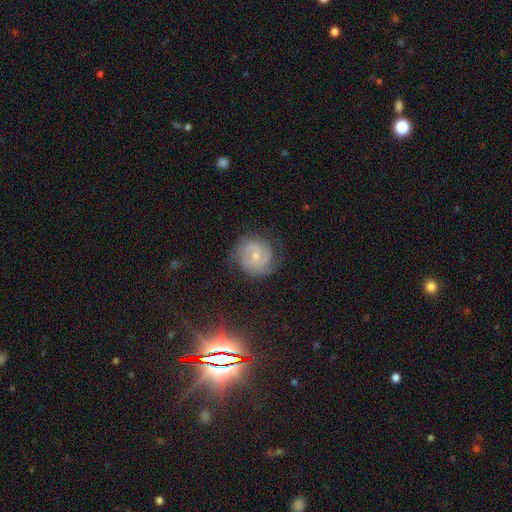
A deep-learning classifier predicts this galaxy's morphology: type=featured or disk (75%); edge-on=no (98%); bar=no (56%); spiral arms=yes (94%); winding=tight (53%); arm count=2 (47%); bulge=small (61%); merging=none (74%).